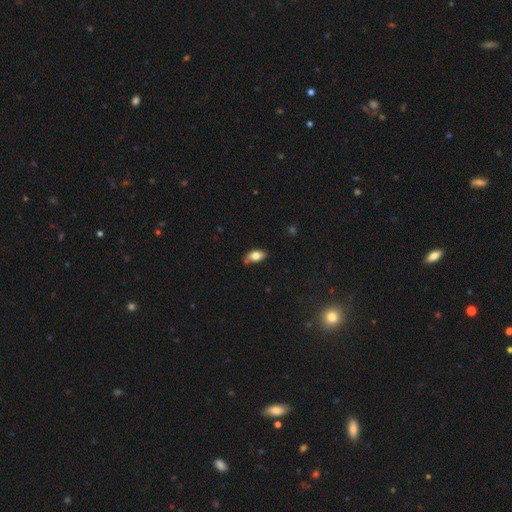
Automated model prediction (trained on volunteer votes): Smooth or featured? Predicted: smooth (p=0.77). How rounded? Predicted: in between (p=0.90). Merging? Predicted: none (p=0.70).